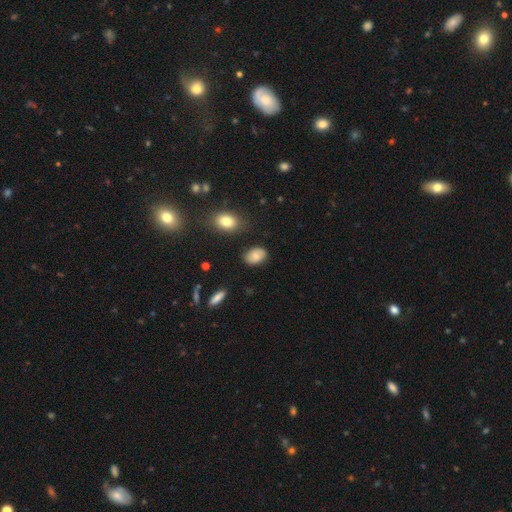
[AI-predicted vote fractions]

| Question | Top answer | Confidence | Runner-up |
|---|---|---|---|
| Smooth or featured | smooth | 79% | featured or disk (12%) |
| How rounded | in between | 85% | round (13%) |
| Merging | none | 81% | minor disturbance (14%) |